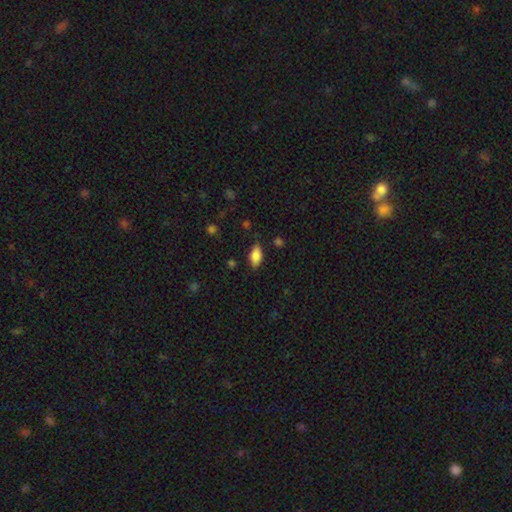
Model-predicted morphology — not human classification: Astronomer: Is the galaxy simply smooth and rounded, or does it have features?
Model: smooth — 83%.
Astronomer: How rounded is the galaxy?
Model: in between — 90%.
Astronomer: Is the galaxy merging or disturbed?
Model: none — 79%.